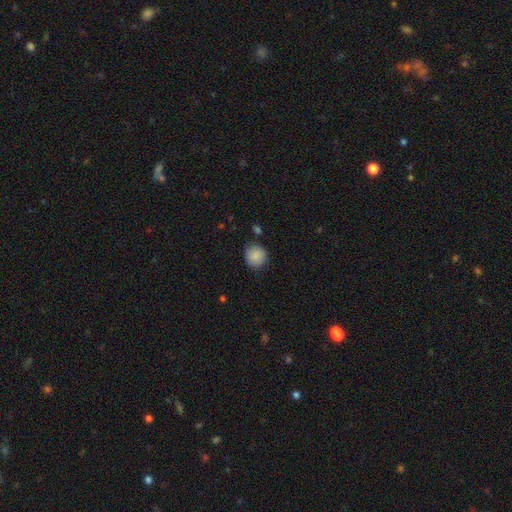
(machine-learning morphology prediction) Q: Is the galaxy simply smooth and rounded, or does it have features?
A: smooth — 88%.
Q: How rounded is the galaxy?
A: round — 89%.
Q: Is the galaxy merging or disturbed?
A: none — 83%.